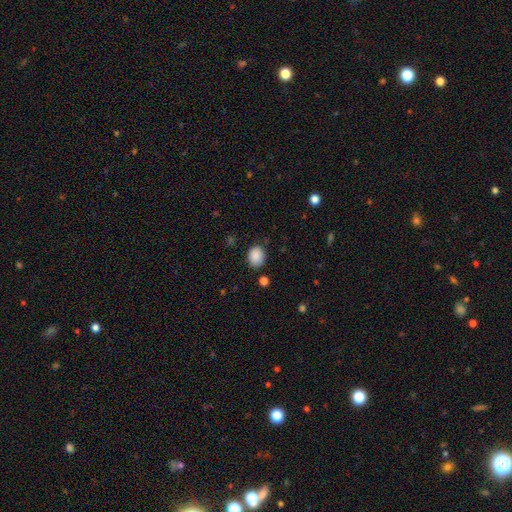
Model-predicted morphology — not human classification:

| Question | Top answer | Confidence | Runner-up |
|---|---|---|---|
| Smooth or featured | smooth | 88% | star or artifact (9%) |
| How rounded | in between | 50% | round (49%) |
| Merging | none | 80% | minor disturbance (14%) |